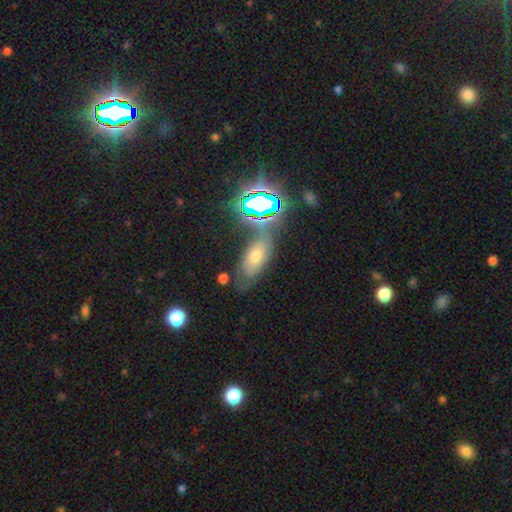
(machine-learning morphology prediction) Smooth or featured? smooth (44%)
Merging? none (63%)